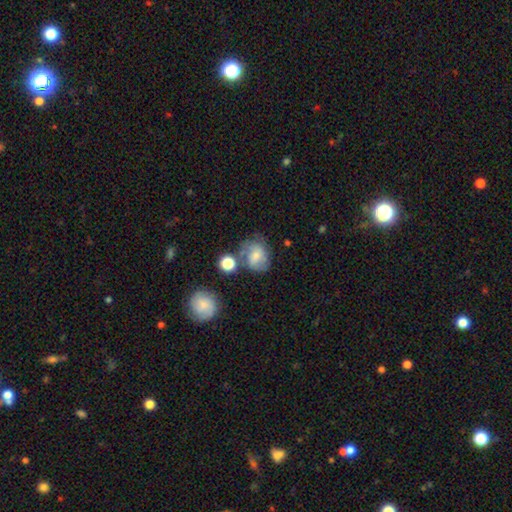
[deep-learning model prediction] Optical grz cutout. It shows a smooth galaxy with no disk features (48%). Merging: none (50%).